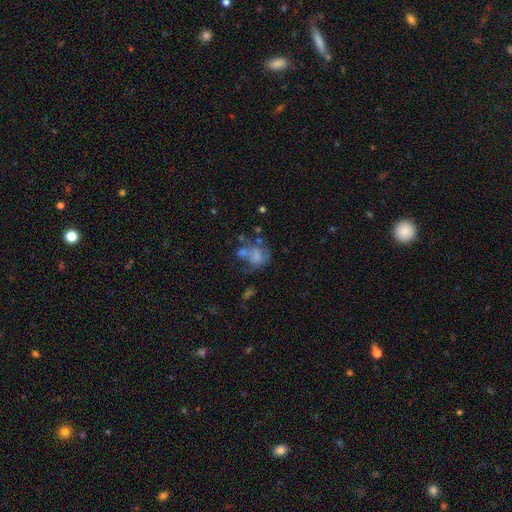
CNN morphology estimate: Smooth or featured? Predicted: smooth (p=0.54). How rounded? Predicted: in between (p=0.54). Merging? Predicted: none (p=0.28, tied with merger).